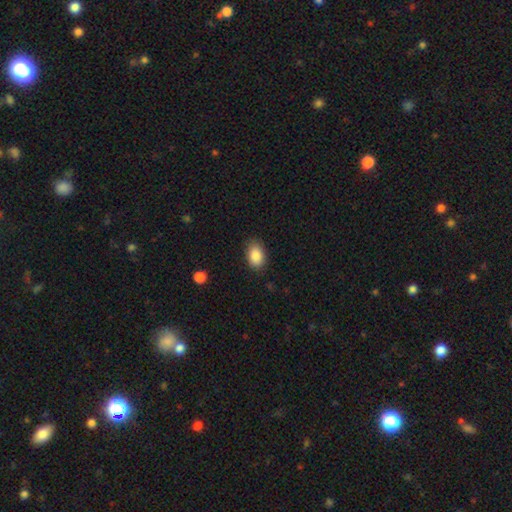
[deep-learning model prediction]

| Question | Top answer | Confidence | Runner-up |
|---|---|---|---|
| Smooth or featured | smooth | 88% | star or artifact (7%) |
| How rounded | in between | 88% | round (11%) |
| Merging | none | 84% | minor disturbance (12%) |